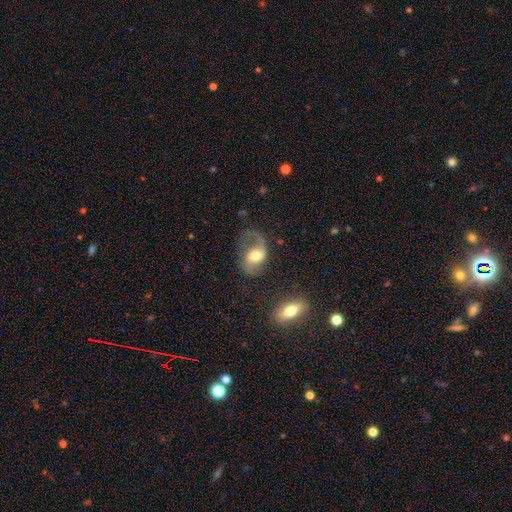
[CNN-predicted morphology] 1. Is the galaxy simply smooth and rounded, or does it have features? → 76% featured or disk, 17% smooth, 7% star or artifact.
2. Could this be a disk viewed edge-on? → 97% no, 3% yes.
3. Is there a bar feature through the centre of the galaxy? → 41% no, 40% weak, 18% strong.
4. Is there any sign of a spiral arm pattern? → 92% yes, 8% no.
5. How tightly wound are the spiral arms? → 56% loose, 36% medium, 8% tight.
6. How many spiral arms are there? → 79% 2, 15% 1, 3% can't tell, 1% 3, 1% 4, 1% more than 4.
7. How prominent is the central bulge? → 68% moderate, 15% large, 14% small, 2% dominant, 1% none.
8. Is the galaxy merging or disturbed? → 59% none, 20% major disturbance, 19% minor disturbance, 3% merger.